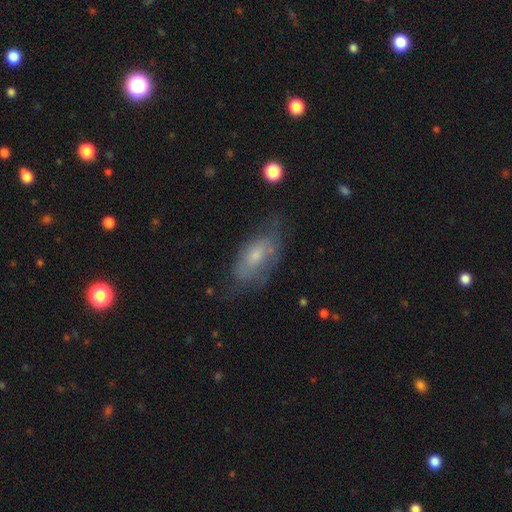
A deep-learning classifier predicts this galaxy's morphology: The model was most divided on "smooth or featured": smooth: 50%, featured or disk: 41%, star or artifact: 9%. More confident: how rounded — in between (86%); merging — none (54%).